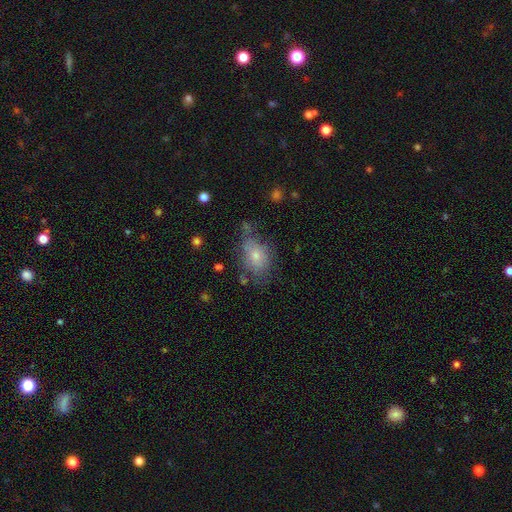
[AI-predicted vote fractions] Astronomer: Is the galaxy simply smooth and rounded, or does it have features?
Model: smooth — 70%.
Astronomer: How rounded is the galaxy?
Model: in between — 75%.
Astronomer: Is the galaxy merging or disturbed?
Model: none — 49% (runner-up: minor disturbance, 29%).